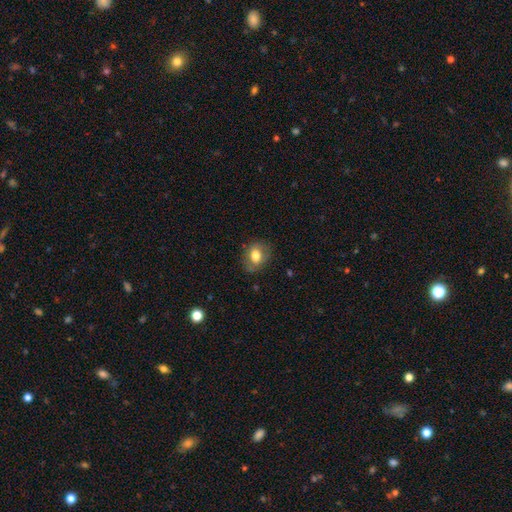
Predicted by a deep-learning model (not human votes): smooth-or-featured: smooth: 70% | featured or disk: 22% | star or artifact: 8%
  how-rounded: in between: 59% | round: 39% | cigar-shaped: 1%
  merging: none: 76% | minor disturbance: 17% | major disturbance: 6% | merger: 1%